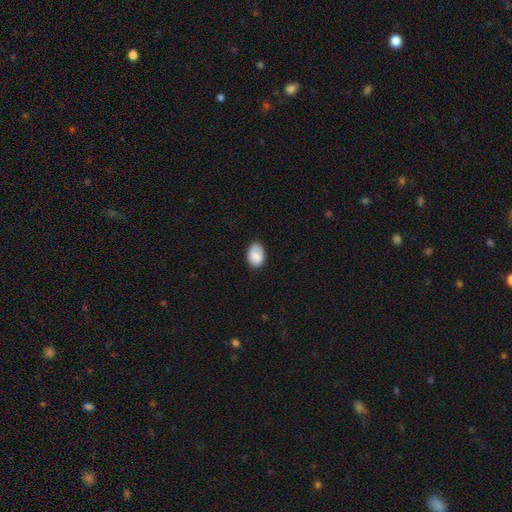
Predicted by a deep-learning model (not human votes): smooth 89%, star or artifact 7%, featured or disk 4%. Down the decision tree: how rounded — in between (84%); merging — none (79%).